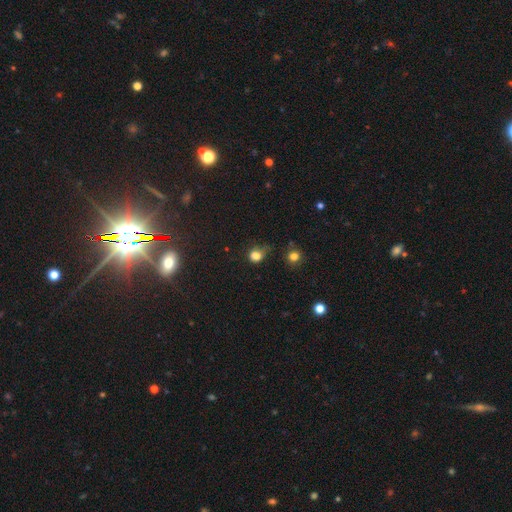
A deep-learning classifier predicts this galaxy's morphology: Smooth or featured?
  - smooth: 76% *
  - star or artifact: 17%
  - featured or disk: 7%
How rounded?
  - round: 73% *
  - in between: 26%
  - cigar-shaped: 1%
Merging?
  - none: 47% *
  - minor disturbance: 30%
  - major disturbance: 16%
  - merger: 6%